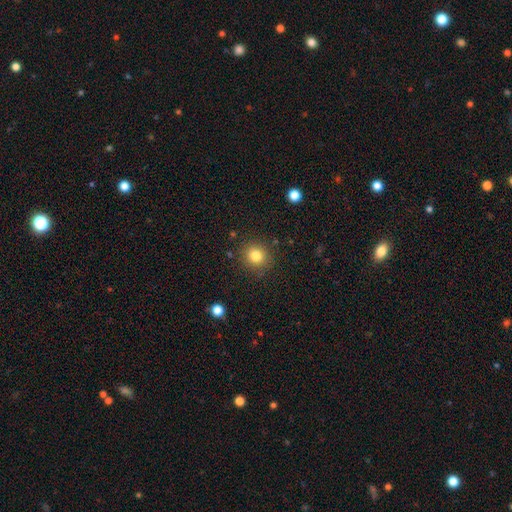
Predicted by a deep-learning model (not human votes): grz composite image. It shows a smooth galaxy with no disk features (81%) that is round (89%). Merging: none (88%).